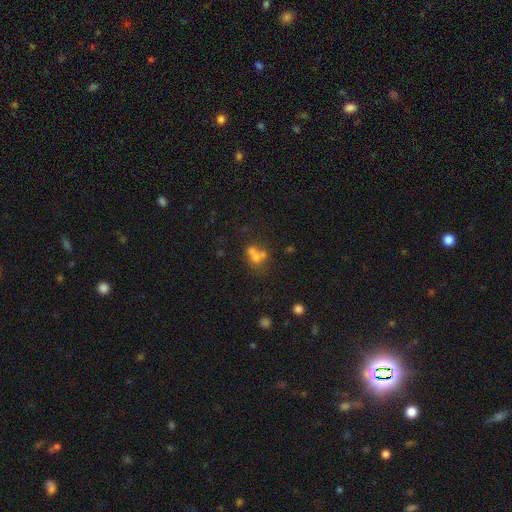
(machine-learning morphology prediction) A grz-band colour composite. It shows a smooth galaxy with no disk features (58%) that is round (64%). Merging: merger (56%).